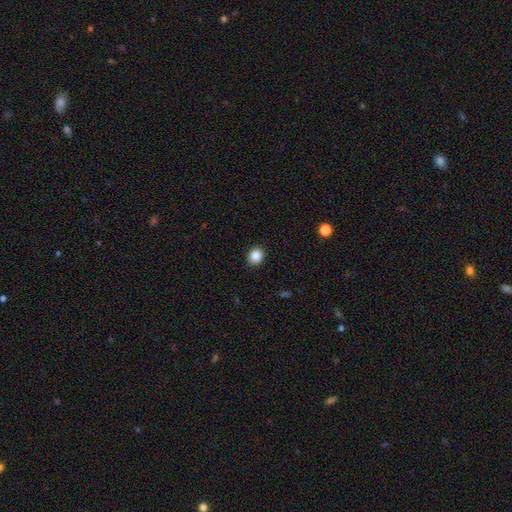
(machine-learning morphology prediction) A smooth galaxy with no disk features (86%) that is round (69%). Merging: none (90%).